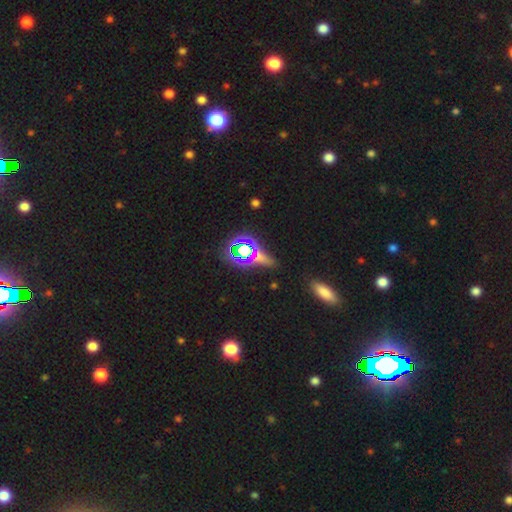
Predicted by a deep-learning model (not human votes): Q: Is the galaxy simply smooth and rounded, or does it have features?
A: star or artifact — 60%.